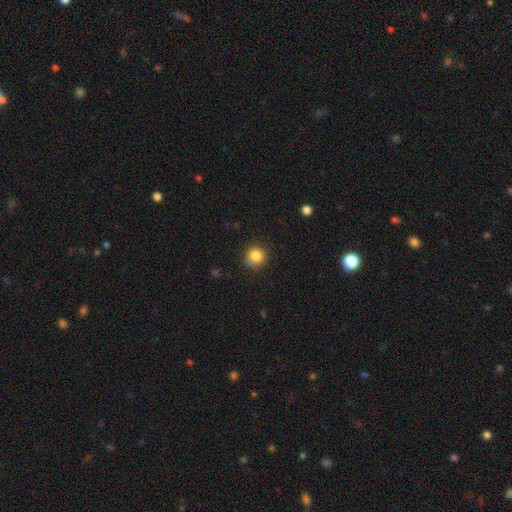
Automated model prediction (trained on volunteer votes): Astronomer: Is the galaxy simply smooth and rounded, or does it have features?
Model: smooth — 85%.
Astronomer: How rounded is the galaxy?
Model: round — 92%.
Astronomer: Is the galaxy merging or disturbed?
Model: none — 89%.